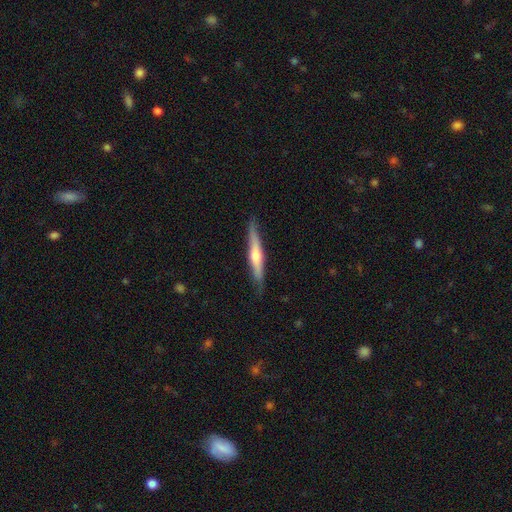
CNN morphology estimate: Smooth or featured?
  - featured or disk: 57% *
  - smooth: 38%
  - star or artifact: 5%
Edge-on disk?
  - yes: 95% *
  - no: 5%
Edge-on bulge?
  - rounded: 81% *
  - none: 13%
  - boxy: 6%
Merging?
  - none: 84% *
  - minor disturbance: 13%
  - major disturbance: 2%
  - merger: 1%